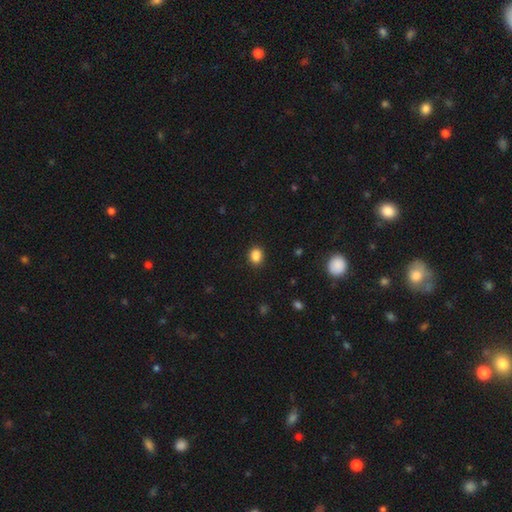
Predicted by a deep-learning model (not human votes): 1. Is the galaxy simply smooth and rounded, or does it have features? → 86% smooth, 11% star or artifact, 3% featured or disk.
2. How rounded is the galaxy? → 56% round, 43% in between, 1% cigar-shaped.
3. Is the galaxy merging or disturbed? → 86% none, 10% minor disturbance, 3% major disturbance, 2% merger.